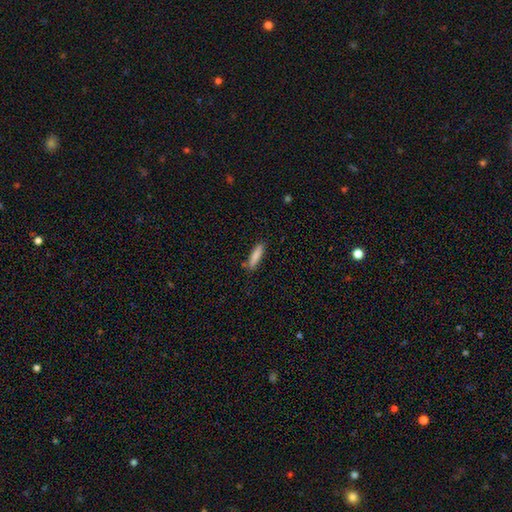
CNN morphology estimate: type=smooth (85%); roundness=cigar-shaped (79%); merging=none (83%).